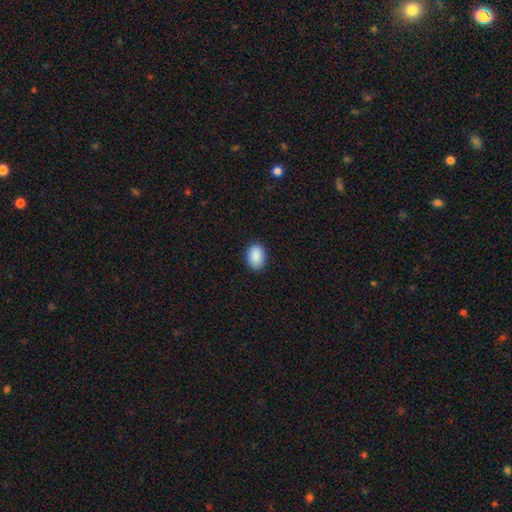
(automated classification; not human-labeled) smooth 90%, star or artifact 7%, featured or disk 3%. Down the decision tree: how rounded — in between (75%); merging — none (88%).